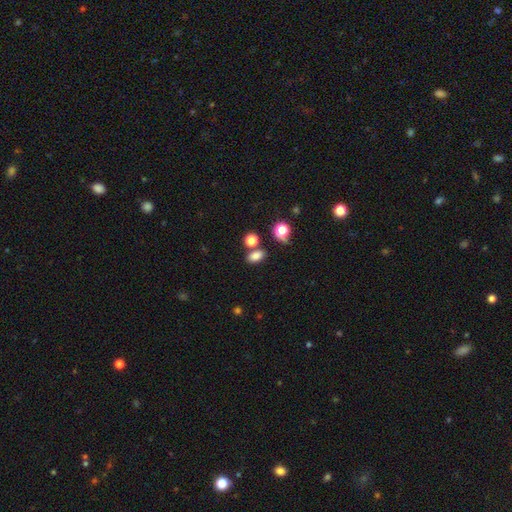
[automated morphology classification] Smooth or featured: smooth — 80% (star or artifact — 14%)
How rounded: in between — 78% (round — 19%)
Merging: none — 67% (merger — 15%)